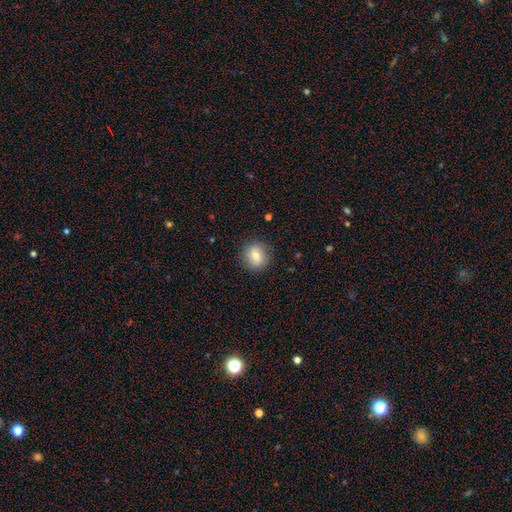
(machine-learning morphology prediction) This appears to be a smooth galaxy with no disk features (72%) that is round (84%). Merging: none (86%).